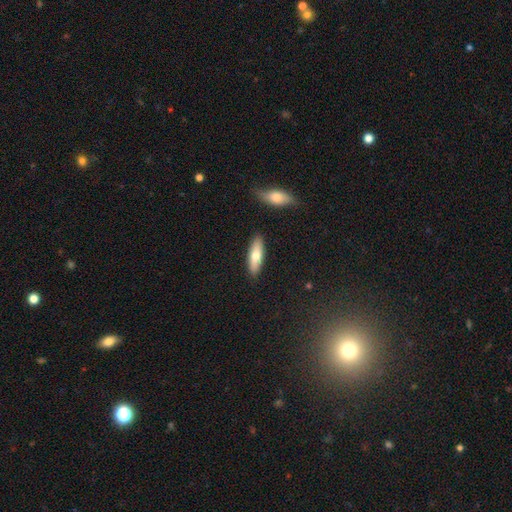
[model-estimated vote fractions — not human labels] Overall: smooth (68%). How rounded: in between (50%; cigar-shaped 48%). Merging: none (87%).